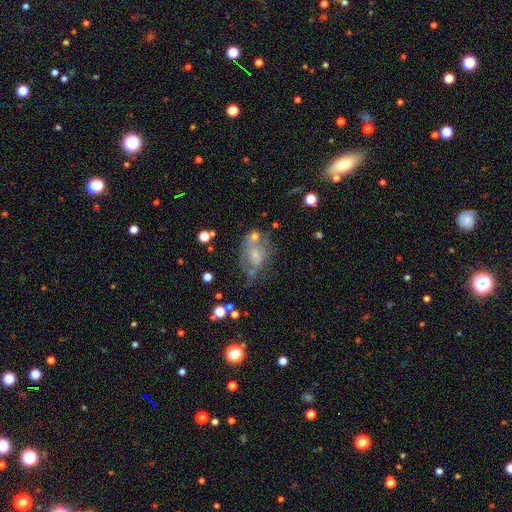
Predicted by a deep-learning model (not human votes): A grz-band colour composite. It shows a featured or disk galaxy (56%) with no bar (70%), spiral arms (54%) and a small central bulge (53%). Merging: none (30%).